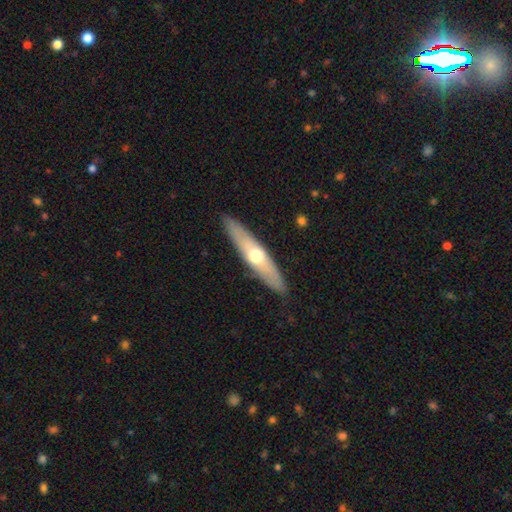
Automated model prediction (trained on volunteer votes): Smooth or featured? featured or disk (51%)
Edge-on disk? yes (76%)
Merging? none (88%)